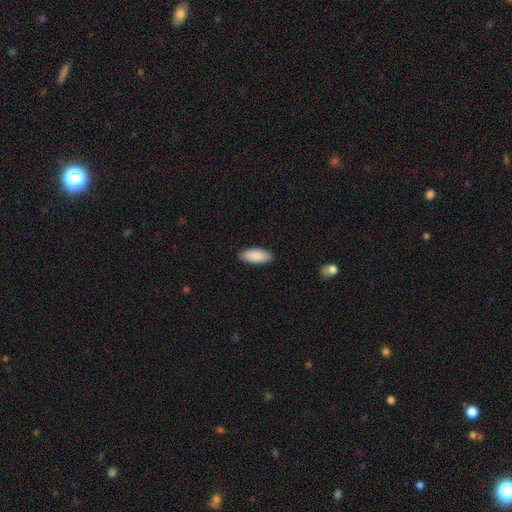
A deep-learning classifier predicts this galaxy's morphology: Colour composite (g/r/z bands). It shows a smooth galaxy with no disk features (89%) that is in between round and cigar-shaped (84%). Merging: none (89%).